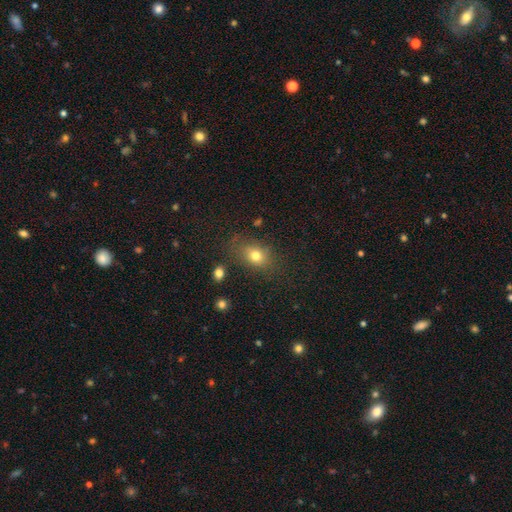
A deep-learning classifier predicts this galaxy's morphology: This appears to be a smooth galaxy with no disk features (76%) that is in between round and cigar-shaped (69%). Merging: none (74%).